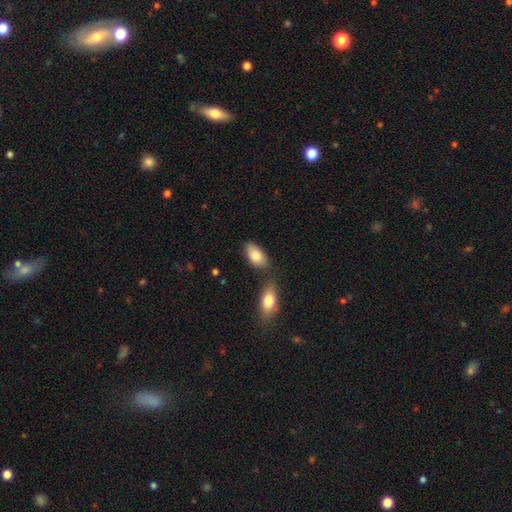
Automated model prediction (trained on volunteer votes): The model was most divided on "merging": none: 67%, minor disturbance: 16%, merger: 14%, major disturbance: 4%. More confident: how rounded — in between (92%); smooth or featured — smooth (85%).